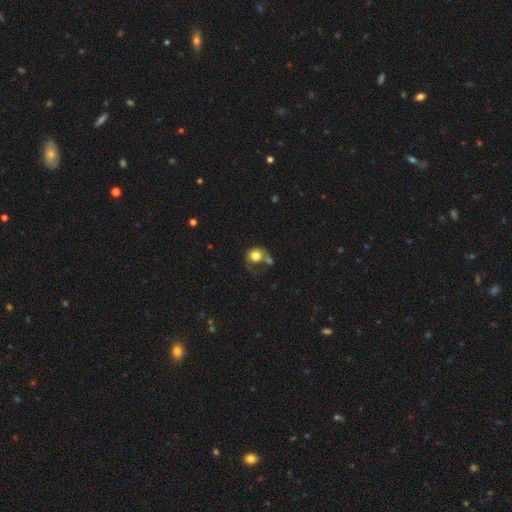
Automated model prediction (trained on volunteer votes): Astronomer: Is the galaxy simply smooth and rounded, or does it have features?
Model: smooth — 75%.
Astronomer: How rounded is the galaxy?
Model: round — 72%.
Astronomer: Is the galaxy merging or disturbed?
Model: none — 34% (runner-up: merger, 25%).